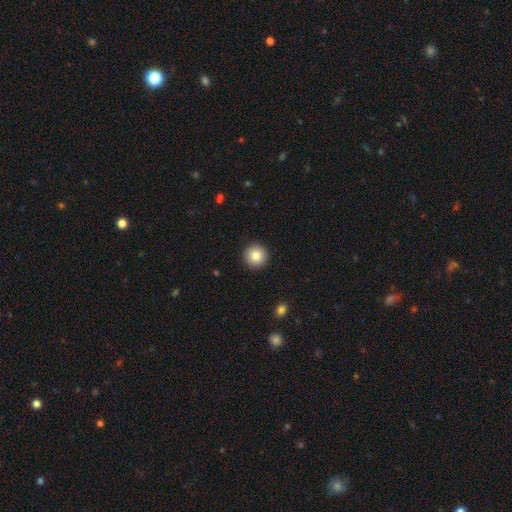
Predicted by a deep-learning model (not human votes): A smooth galaxy with no disk features (85%) that is round (96%).

Vote fractions:
- Smooth or featured? smooth: 85% / star or artifact: 9% / featured or disk: 6%
- How rounded? round: 96% / in between: 3% / cigar-shaped: 1%
- Merging? none: 93% / minor disturbance: 5% / major disturbance: 2% / merger: 1%